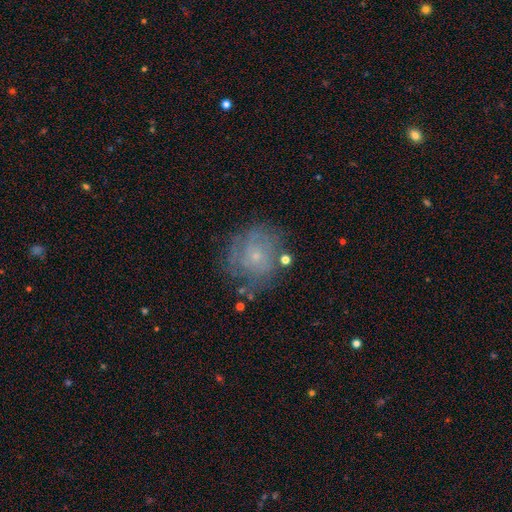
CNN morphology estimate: The model was most divided on "smooth or featured": featured or disk: 60%, smooth: 28%, star or artifact: 12%. More confident: edge-on disk — no (97%); bar — no (83%); bulge size — small (80%); spiral arms — yes (71%); merging — none (67%).